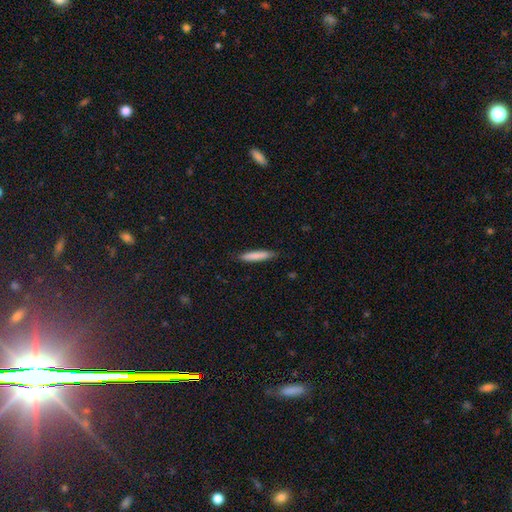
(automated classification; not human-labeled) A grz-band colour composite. It shows a smooth galaxy with no disk features (82%) that is cigar-shaped (90%). Merging: none (87%).